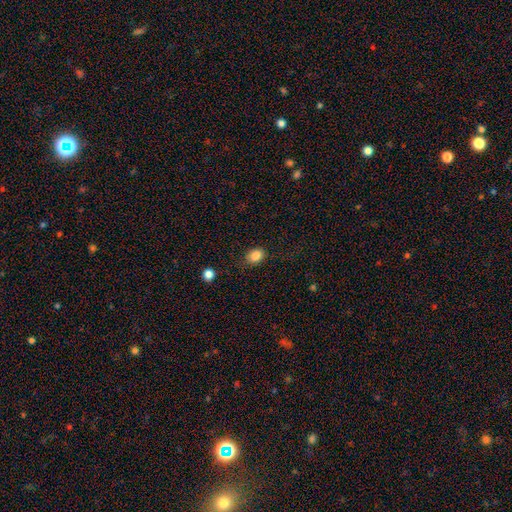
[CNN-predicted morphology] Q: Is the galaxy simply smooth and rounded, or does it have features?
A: smooth — 85%.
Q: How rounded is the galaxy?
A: in between — 57%.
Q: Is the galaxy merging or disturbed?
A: none — 79%.